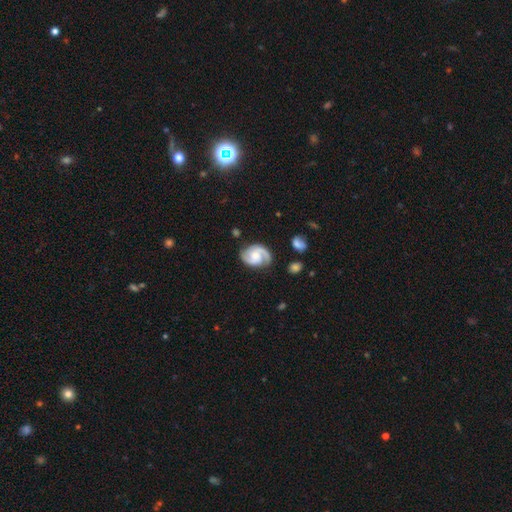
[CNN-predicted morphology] A featured or disk galaxy (86%) with no bar (57%), 2 (90%) medium (52%) spiral arms (97%) and a moderate central bulge (53%).

Vote fractions:
- Smooth or featured? featured or disk: 86% / smooth: 9% / star or artifact: 5%
- Edge-on disk? no: 98% / yes: 2%
- Bar? no: 57% / weak: 35% / strong: 7%
- Spiral arms? yes: 97% / no: 3%
- Spiral winding? medium: 52% / tight: 35% / loose: 14%
- Spiral arm count? 2: 90% / can't tell: 3% / 1: 3% / 3: 2% / 4: 1% / more than 4: 1%
- Bulge size? moderate: 53% / small: 34% / none: 6% / large: 6% / dominant: 1%
- Merging? none: 77% / minor disturbance: 16% / major disturbance: 5% / merger: 2%